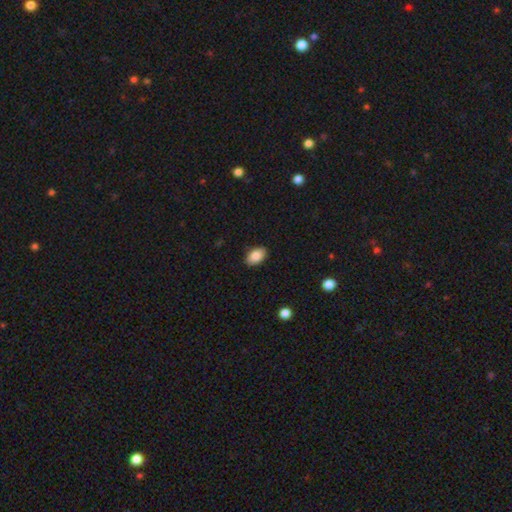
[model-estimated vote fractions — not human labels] Overall: smooth (87%). How rounded: in between (91%). Merging: none (87%).